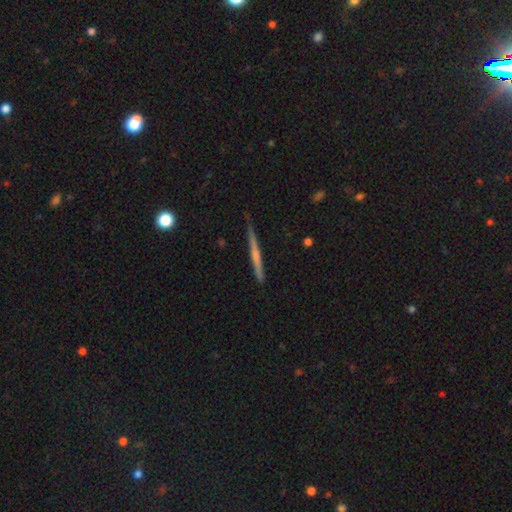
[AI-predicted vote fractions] A featured or disk galaxy (59%) viewed edge-on (98%) with no central bulge (52%). Merging: none (86%).